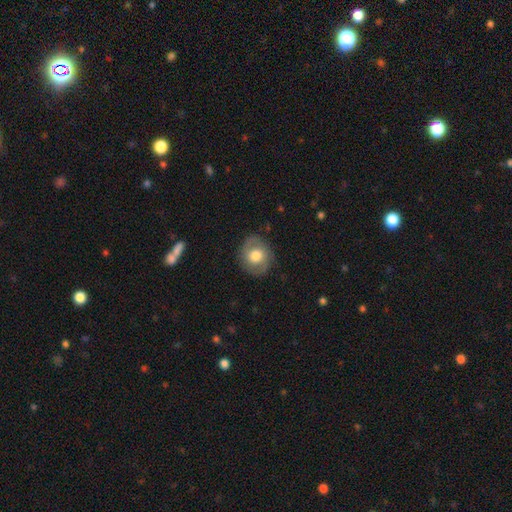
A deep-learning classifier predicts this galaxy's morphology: Overall: smooth (57%; featured or disk 36%). How rounded: round (77%). Merging: none (83%).